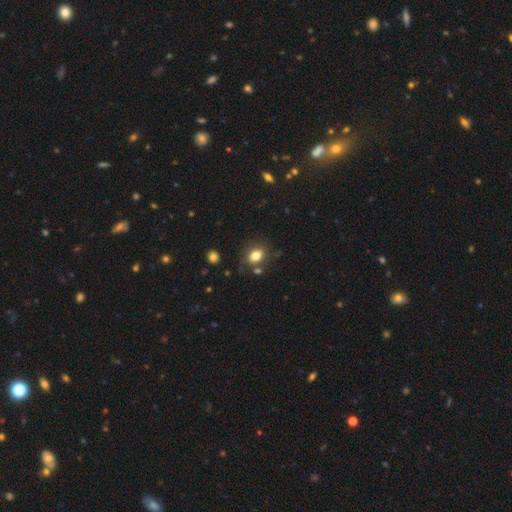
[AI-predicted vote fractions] This is clearly a smooth galaxy (81%). How rounded: possibly in between (58%). Merging: likely none (72%).